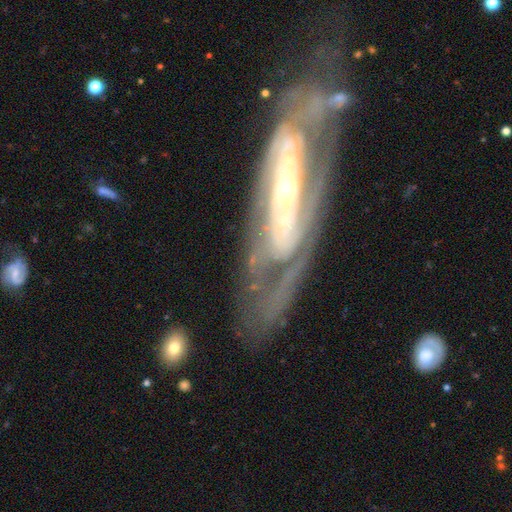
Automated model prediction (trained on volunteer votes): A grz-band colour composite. It shows a featured or disk galaxy (84%) with no bar (44%), tight (59%) spiral arms (75%) and a small central bulge (57%). Merging: none (64%).